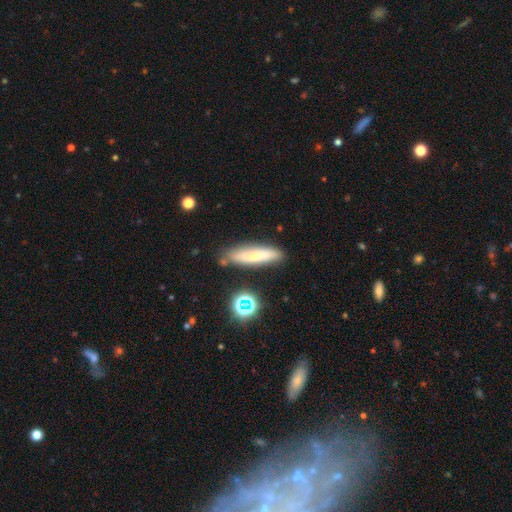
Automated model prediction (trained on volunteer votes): Smooth or featured: smooth — 63% (featured or disk — 28%)
How rounded: cigar-shaped — 75% (in between — 23%)
Merging: none — 78% (minor disturbance — 14%)